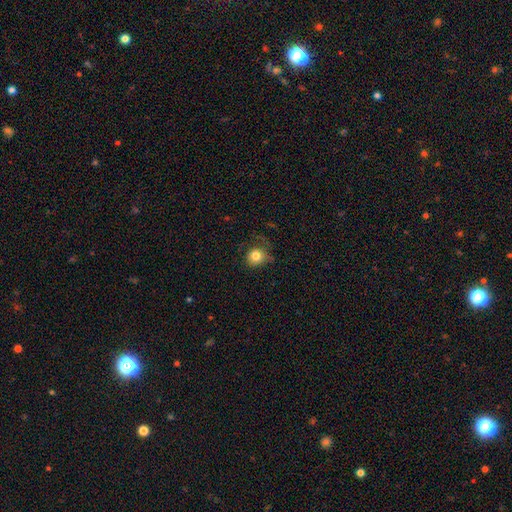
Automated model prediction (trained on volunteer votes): Overall: smooth (79%). How rounded: round (81%). Merging: none (60%; minor disturbance 23%).